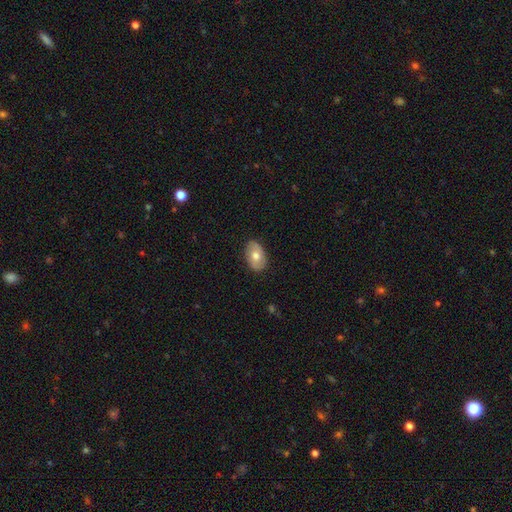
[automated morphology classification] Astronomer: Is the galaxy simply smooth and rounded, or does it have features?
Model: smooth — 64%.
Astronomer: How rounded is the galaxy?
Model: in between — 88%.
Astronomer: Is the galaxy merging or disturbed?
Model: none — 85%.